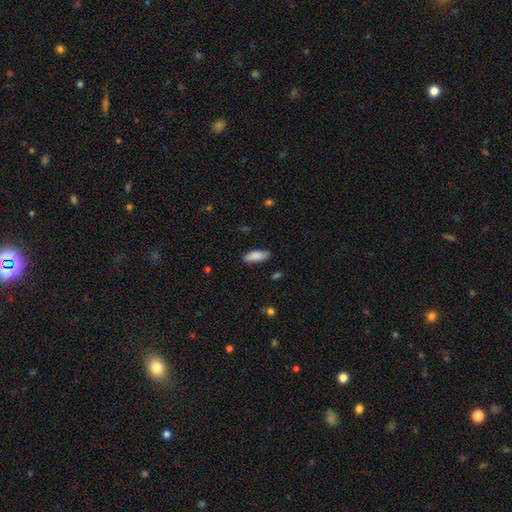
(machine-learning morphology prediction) Smooth or featured? smooth (85%)
How rounded? in between (68%)
Merging? none (84%)